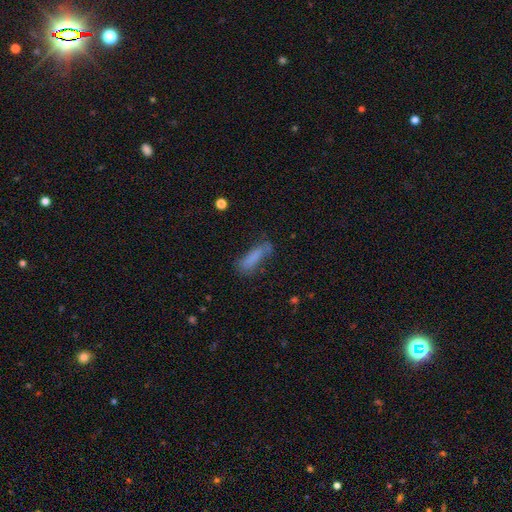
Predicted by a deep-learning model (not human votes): The model was most divided on "merging": none: 58%, minor disturbance: 26%, major disturbance: 12%, merger: 4%. More confident: smooth or featured — smooth (77%); how rounded — cigar-shaped (65%).